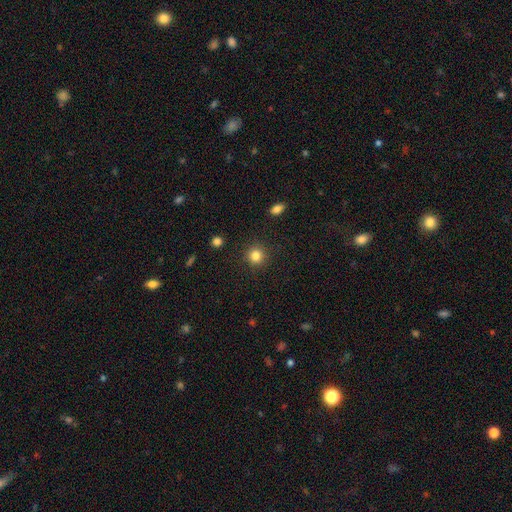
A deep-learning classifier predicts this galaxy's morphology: Overall: smooth (83%). How rounded: round (92%). Merging: none (90%).